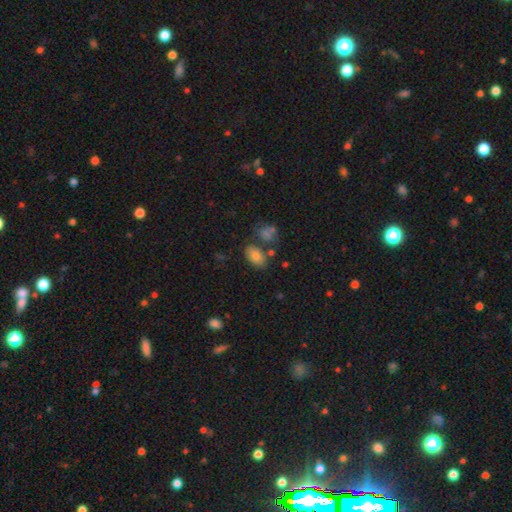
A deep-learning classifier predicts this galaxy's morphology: This is likely a smooth galaxy (79%). How rounded: clearly in between (90%). Merging: likely none (68%).